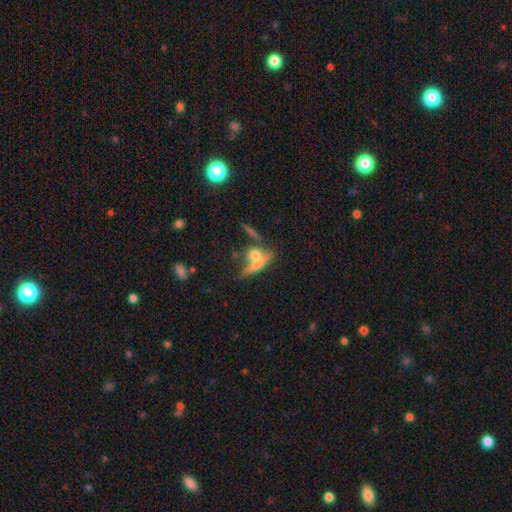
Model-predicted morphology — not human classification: This is possibly a smooth galaxy (55%). How rounded: marginally cigar-shaped (40%). Merging: marginally merger (43%).